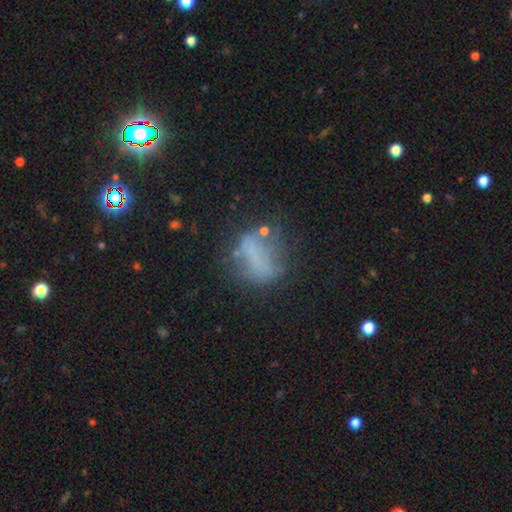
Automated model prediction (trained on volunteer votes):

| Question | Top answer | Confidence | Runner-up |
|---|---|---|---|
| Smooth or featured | smooth | 45% | featured or disk (33%) |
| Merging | none | 48% | minor disturbance (24%) |